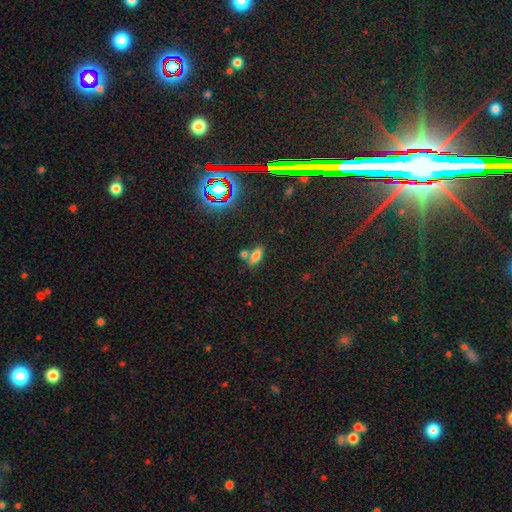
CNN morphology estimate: Smooth or featured? smooth (73%)
How rounded? in between (77%)
Merging? none (63%)